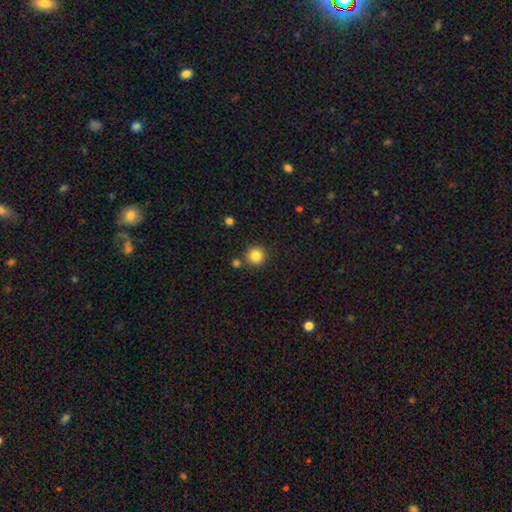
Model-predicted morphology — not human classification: Smooth or featured: smooth — 84% (star or artifact — 11%)
How rounded: round — 94% (in between — 5%)
Merging: none — 83% (merger — 7%)